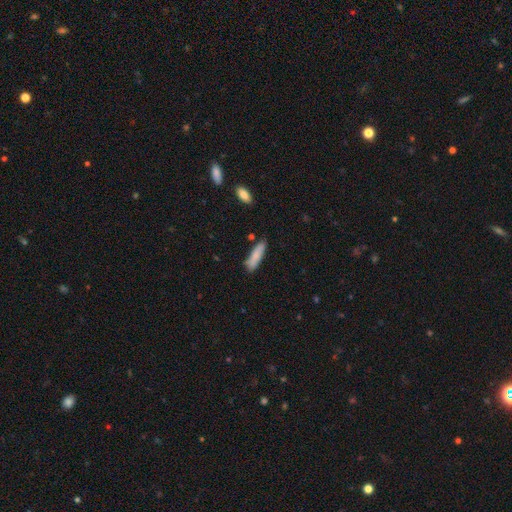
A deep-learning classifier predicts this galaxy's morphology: Smooth or featured? smooth (82%)
How rounded? cigar-shaped (66%)
Merging? none (74%)